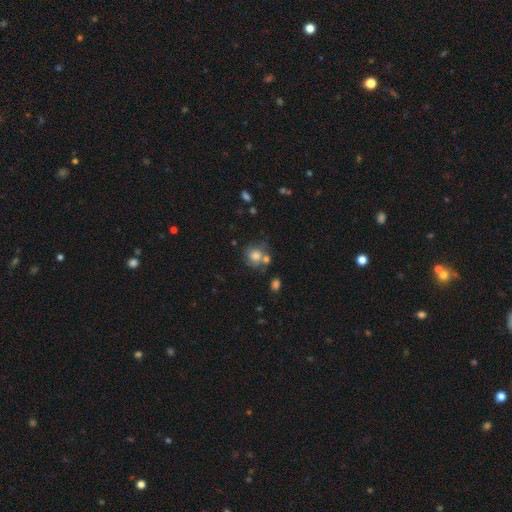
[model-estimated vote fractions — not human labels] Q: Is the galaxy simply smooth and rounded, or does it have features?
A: smooth — 68%.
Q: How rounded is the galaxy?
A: round — 79%.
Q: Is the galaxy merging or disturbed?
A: none — 51%.